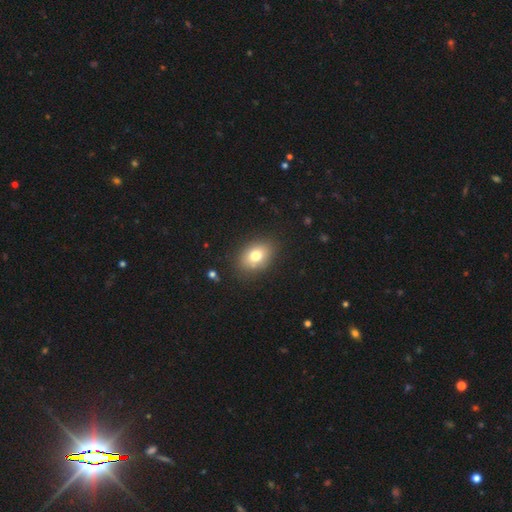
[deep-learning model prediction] This appears to be a smooth galaxy with no disk features (77%) that is in between round and cigar-shaped (78%). Merging: none (84%).